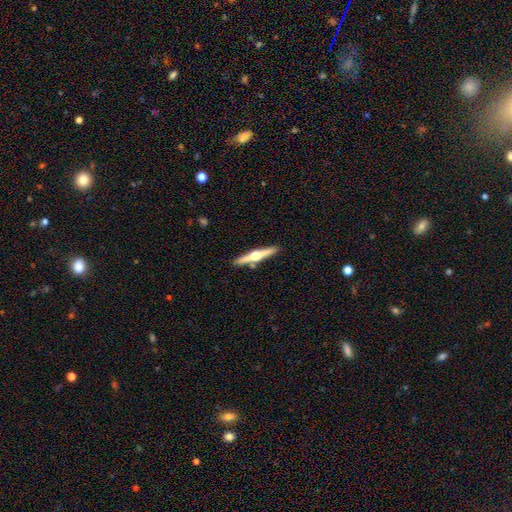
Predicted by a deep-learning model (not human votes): Smooth or featured? featured or disk (74%)
Edge-on disk? yes (98%)
Edge-on bulge? rounded (96%)
Merging? none (87%)